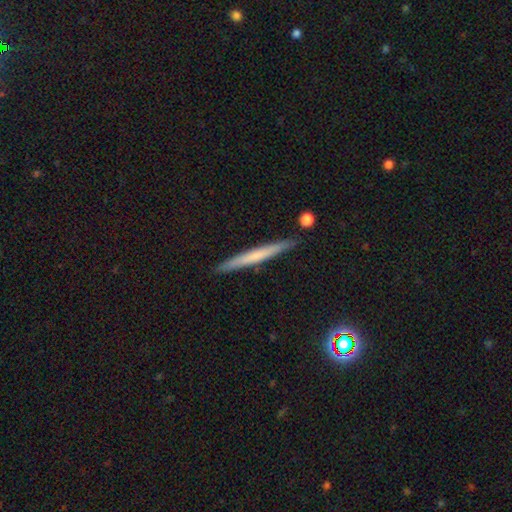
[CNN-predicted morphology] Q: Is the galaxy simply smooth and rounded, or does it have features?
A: smooth — 53%.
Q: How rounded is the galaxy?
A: cigar-shaped — 97%.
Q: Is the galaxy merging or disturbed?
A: none — 90%.